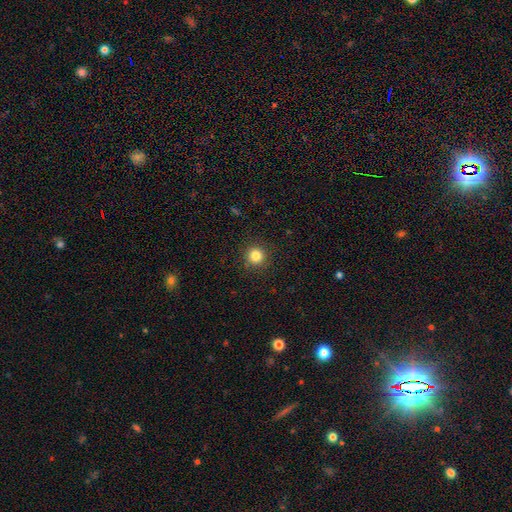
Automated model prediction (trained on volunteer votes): smooth-or-featured: smooth: 82% | star or artifact: 12% | featured or disk: 5%
  how-rounded: round: 94% | in between: 5% | cigar-shaped: 1%
  merging: none: 90% | minor disturbance: 7% | major disturbance: 2% | merger: 1%